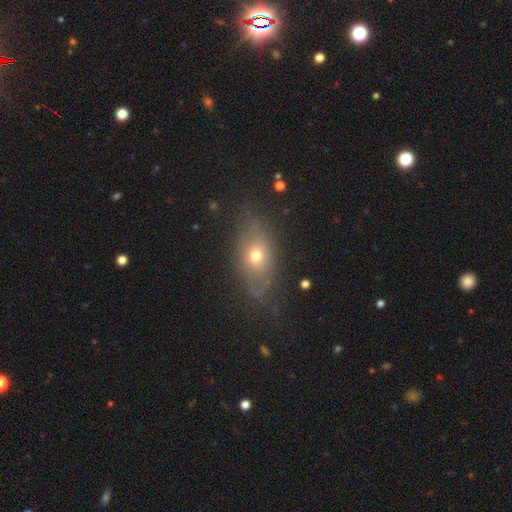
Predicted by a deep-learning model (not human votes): smooth-or-featured: smooth: 53% | featured or disk: 34% | star or artifact: 13%
  how-rounded: in between: 74% | round: 14% | cigar-shaped: 12%
  merging: none: 70% | minor disturbance: 20% | major disturbance: 9% | merger: 2%